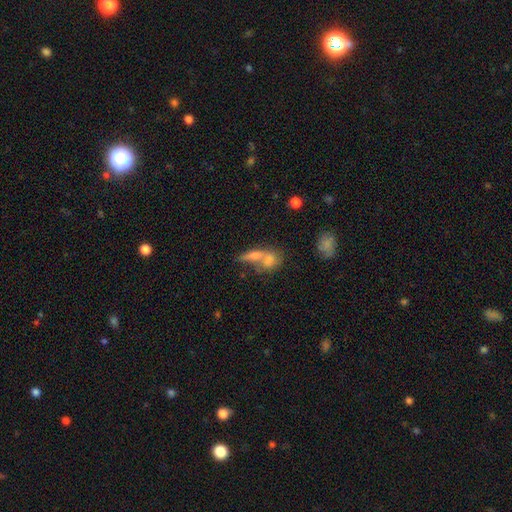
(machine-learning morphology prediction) Overall: smooth (59%; featured or disk 27%). How rounded: in between (56%; cigar-shaped 27%). Merging: merger (57%; none 28%).